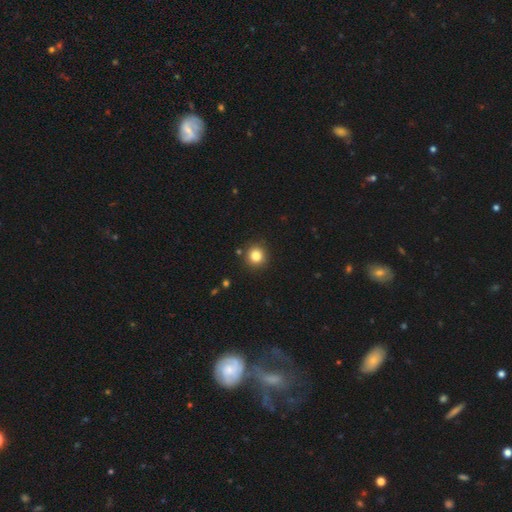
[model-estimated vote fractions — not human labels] The model was most divided on "smooth or featured": smooth: 84%, star or artifact: 11%, featured or disk: 4%. More confident: how rounded — round (92%); merging — none (88%).